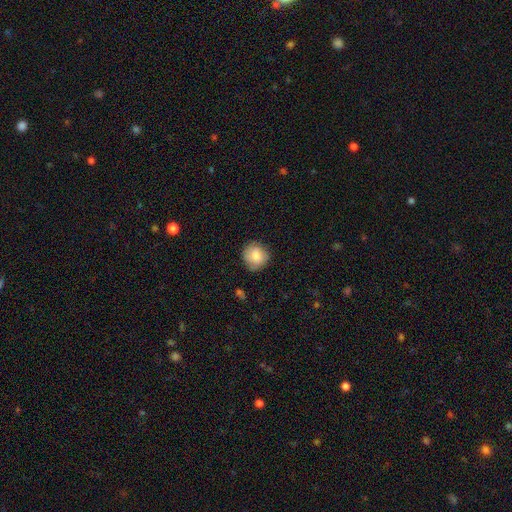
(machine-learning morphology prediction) Smooth or featured? Predicted: smooth (p=0.80). How rounded? Predicted: round (p=0.90). Merging? Predicted: none (p=0.78).